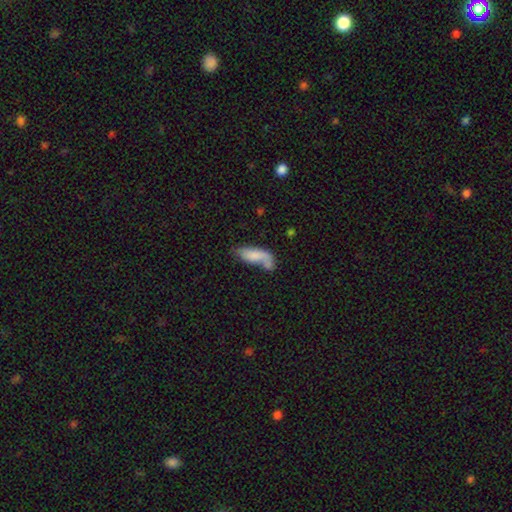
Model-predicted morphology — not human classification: A smooth galaxy with no disk features (73%) that is in between round and cigar-shaped (70%). Merging: none (36%).